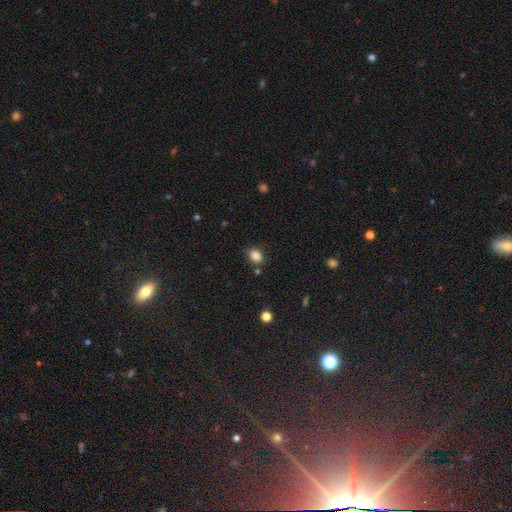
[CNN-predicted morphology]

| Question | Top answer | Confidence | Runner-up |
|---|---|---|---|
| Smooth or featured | smooth | 85% | star or artifact (11%) |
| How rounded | in between | 52% | round (47%) |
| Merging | none | 79% | minor disturbance (14%) |